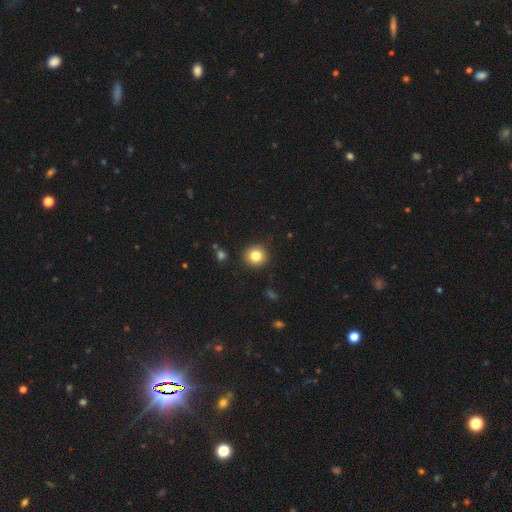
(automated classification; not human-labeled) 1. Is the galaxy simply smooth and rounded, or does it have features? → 82% smooth, 11% star or artifact, 7% featured or disk.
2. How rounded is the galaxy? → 90% round, 9% in between, 1% cigar-shaped.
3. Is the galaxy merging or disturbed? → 90% none, 7% minor disturbance, 2% major disturbance, 2% merger.